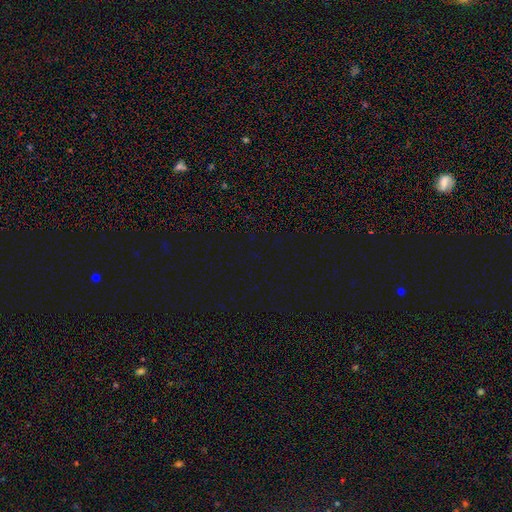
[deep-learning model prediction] Smooth or featured? Predicted: star or artifact (p=0.77).